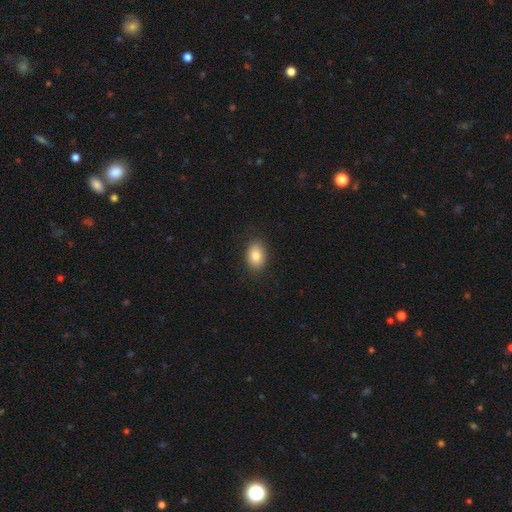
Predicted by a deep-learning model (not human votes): Smooth or featured?
  - smooth: 83% *
  - featured or disk: 8%
  - star or artifact: 8%
How rounded?
  - in between: 78% *
  - round: 21%
  - cigar-shaped: 1%
Merging?
  - none: 88% *
  - minor disturbance: 9%
  - major disturbance: 2%
  - merger: 1%